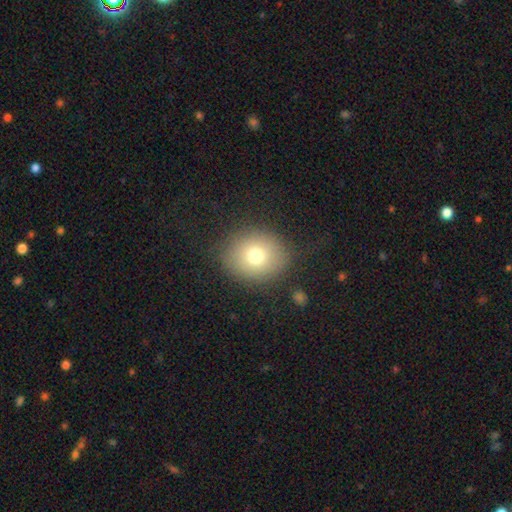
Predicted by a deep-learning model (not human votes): This appears to be a smooth galaxy with no disk features (74%) that is round (74%). Merging: none (83%).